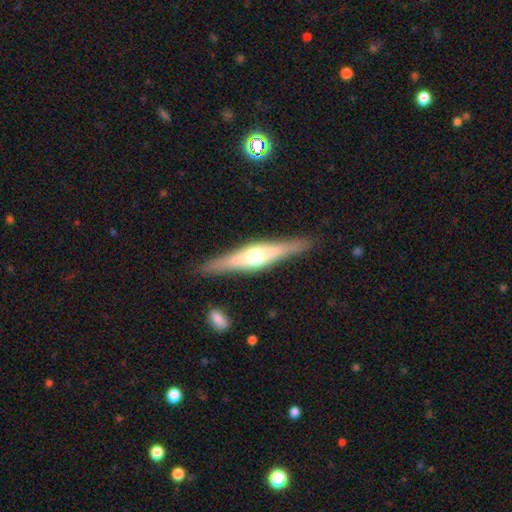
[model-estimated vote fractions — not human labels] A featured or disk galaxy (70%) viewed edge-on (96%) with a rounded central bulge (91%). Merging: none (88%).